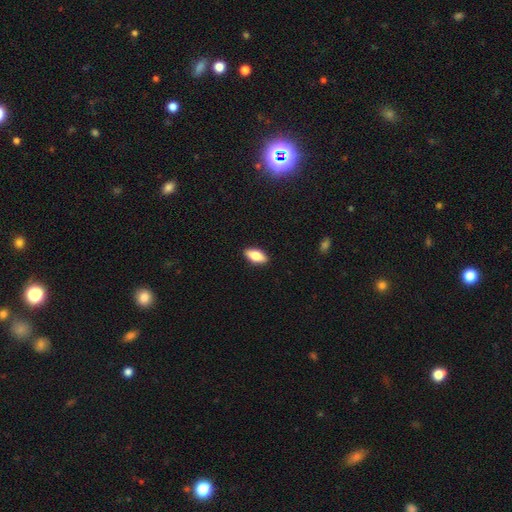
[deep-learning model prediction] Smooth or featured?
  - smooth: 76% *
  - featured or disk: 17%
  - star or artifact: 7%
How rounded?
  - in between: 87% *
  - cigar-shaped: 10%
  - round: 3%
Merging?
  - none: 90% *
  - minor disturbance: 7%
  - major disturbance: 2%
  - merger: 1%